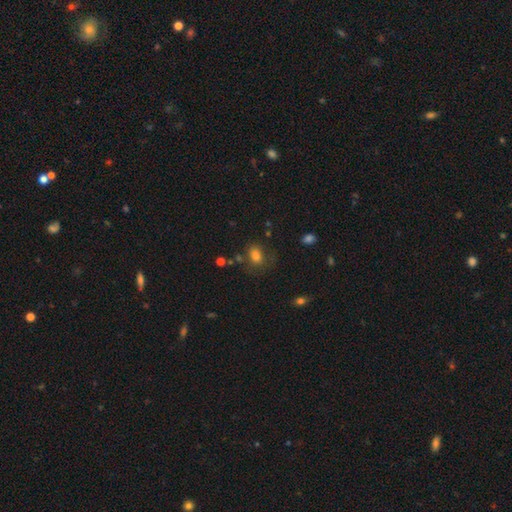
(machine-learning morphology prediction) A smooth galaxy with no disk features (75%) that is in between round and cigar-shaped (67%). Merging: none (64%).